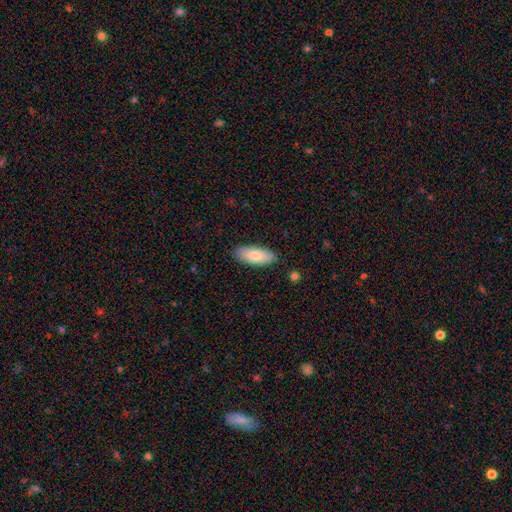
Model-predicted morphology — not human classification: This is likely a smooth galaxy (80%). How rounded: clearly in between (83%). Merging: clearly none (86%).